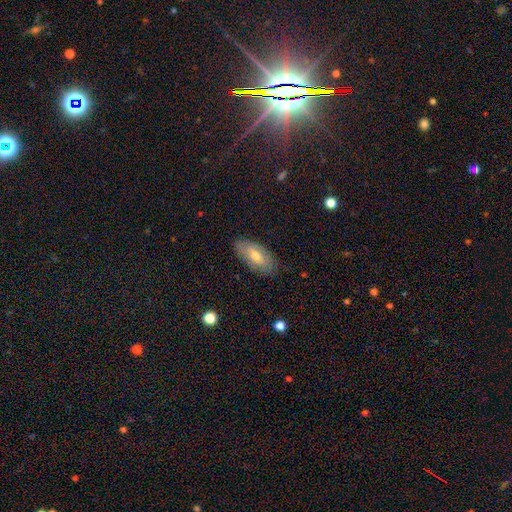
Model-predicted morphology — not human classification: This is possibly a smooth galaxy (59%). How rounded: clearly in between (86%). Merging: clearly none (84%).